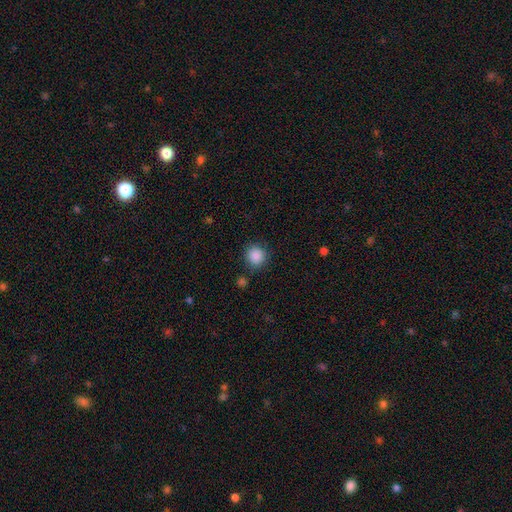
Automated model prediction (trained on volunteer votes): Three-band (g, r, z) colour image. It shows a smooth galaxy with no disk features (88%) that is round (90%). Merging: none (84%).